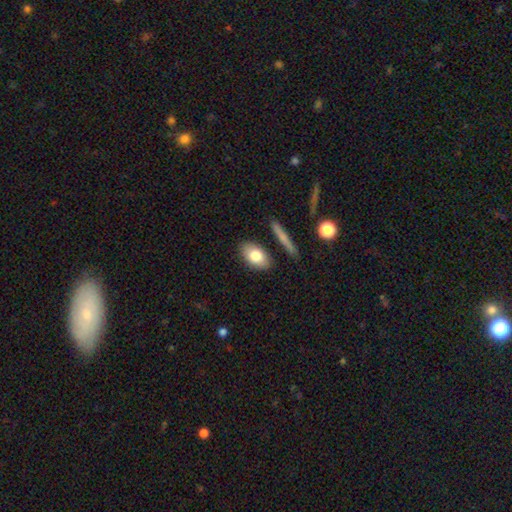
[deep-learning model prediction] Overall: smooth (77%). How rounded: in between (86%). Merging: none (83%).